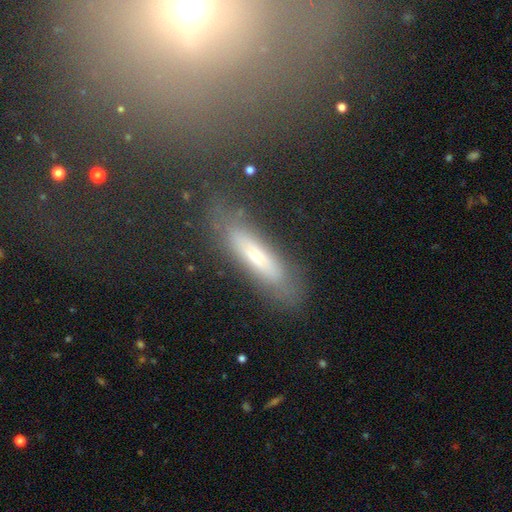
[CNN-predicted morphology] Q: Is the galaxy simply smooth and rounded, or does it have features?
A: smooth — 53%.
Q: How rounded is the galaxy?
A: cigar-shaped — 72%.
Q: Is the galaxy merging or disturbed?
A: none — 75%.